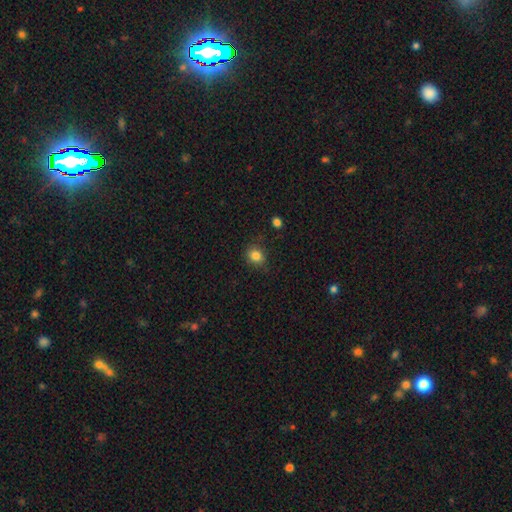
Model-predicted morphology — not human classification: Q: Smooth or featured?
A: smooth (83%); runner-up: star or artifact (11%)
Q: How rounded?
A: round (62%); runner-up: in between (37%)
Q: Merging?
A: none (81%); runner-up: minor disturbance (14%)